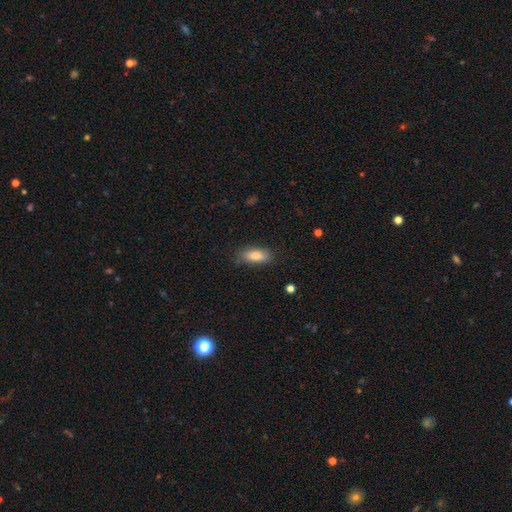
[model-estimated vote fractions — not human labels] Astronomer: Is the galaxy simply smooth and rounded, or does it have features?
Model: smooth — 79%.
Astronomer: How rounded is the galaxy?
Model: in between — 79%.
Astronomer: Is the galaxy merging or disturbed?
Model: none — 80%.